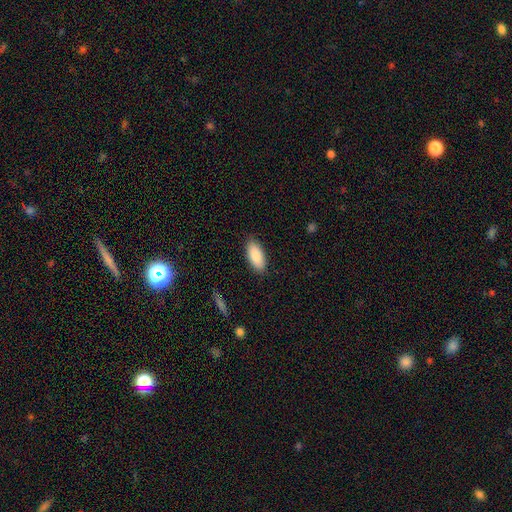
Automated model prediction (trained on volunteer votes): Smooth or featured? Predicted: smooth (p=0.88). How rounded? Predicted: in between (p=0.90). Merging? Predicted: none (p=0.87).